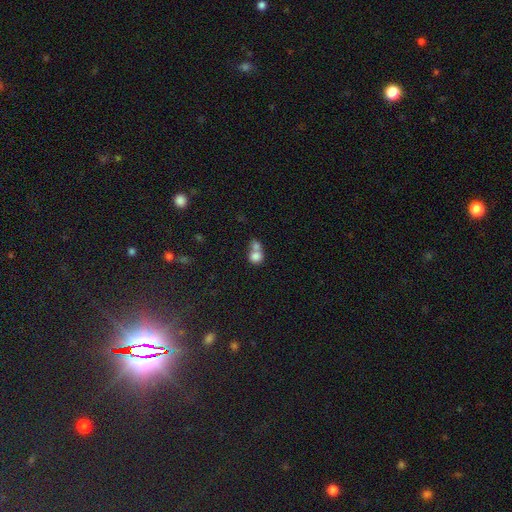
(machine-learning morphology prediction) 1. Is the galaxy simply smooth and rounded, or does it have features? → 79% smooth, 11% featured or disk, 10% star or artifact.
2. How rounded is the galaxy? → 74% round, 24% in between, 1% cigar-shaped.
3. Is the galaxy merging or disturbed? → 64% merger, 26% none, 6% minor disturbance, 4% major disturbance.